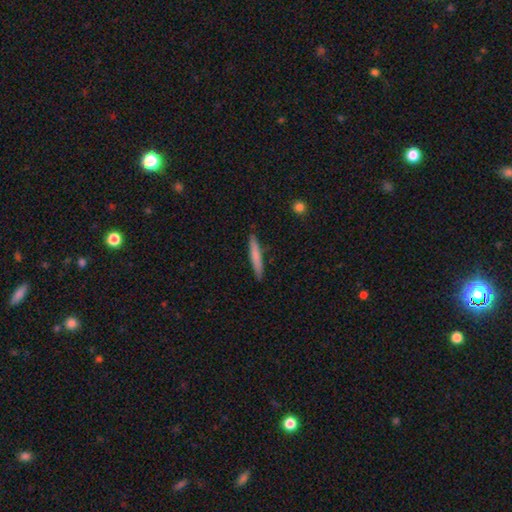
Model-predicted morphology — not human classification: Smooth or featured: smooth — 72% (featured or disk — 23%)
How rounded: cigar-shaped — 94% (in between — 4%)
Merging: none — 88% (minor disturbance — 9%)